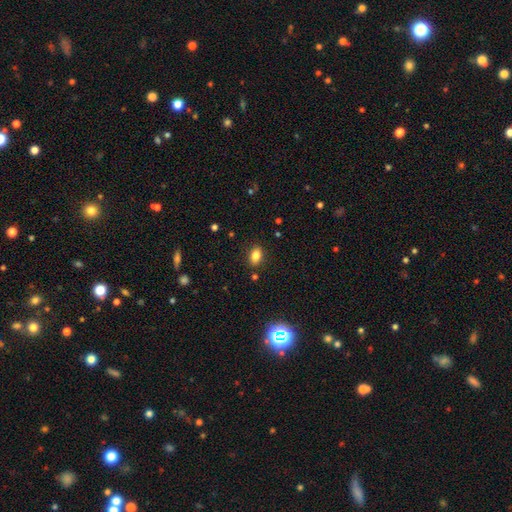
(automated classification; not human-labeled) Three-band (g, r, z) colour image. It shows a smooth galaxy with no disk features (81%) that is in between round and cigar-shaped (82%). Merging: none (87%).